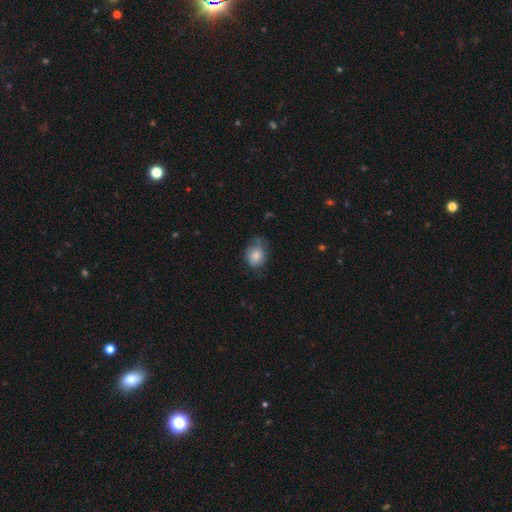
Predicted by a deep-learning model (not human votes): Smooth or featured? Predicted: smooth (p=0.80). How rounded? Predicted: in between (p=0.61). Merging? Predicted: none (p=0.51).